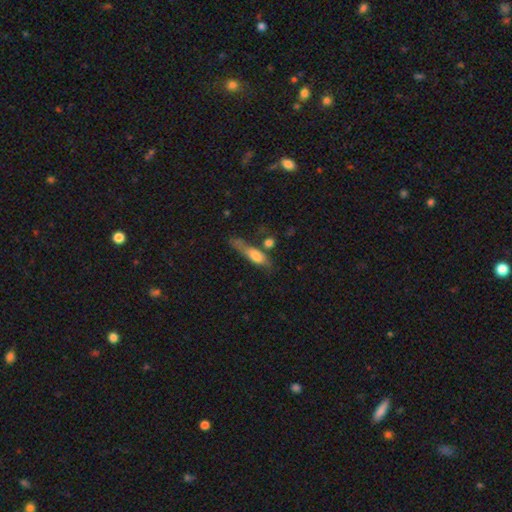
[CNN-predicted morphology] Q: Smooth or featured?
A: smooth (62%); runner-up: featured or disk (30%)
Q: How rounded?
A: cigar-shaped (60%); runner-up: in between (36%)
Q: Merging?
A: none (43%); runner-up: minor disturbance (25%)